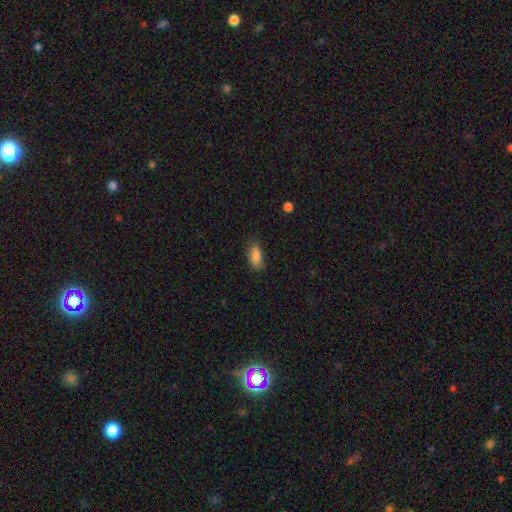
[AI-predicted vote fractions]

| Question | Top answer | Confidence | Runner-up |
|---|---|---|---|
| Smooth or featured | smooth | 86% | star or artifact (7%) |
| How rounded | in between | 84% | cigar-shaped (14%) |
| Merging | none | 76% | minor disturbance (19%) |